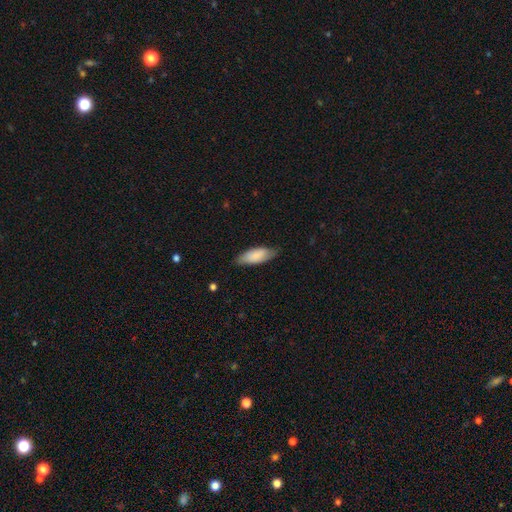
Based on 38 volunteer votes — Smooth or featured: smooth — 76% (featured or disk — 16%)
How rounded: in between — 83% (cigar-shaped — 14%)
Merging: none — 91% (minor disturbance — 9%)